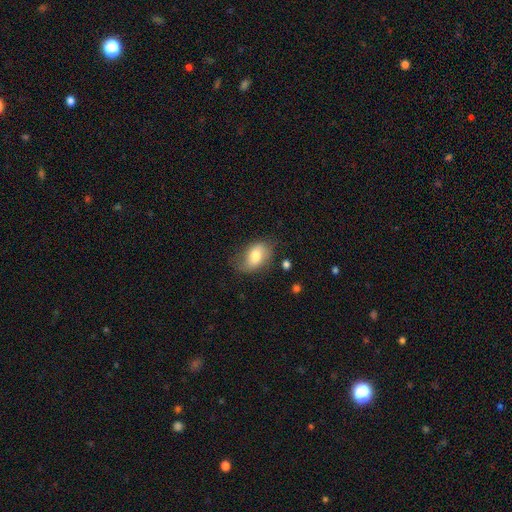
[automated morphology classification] This is likely a smooth galaxy (69%). How rounded: clearly in between (85%). Merging: possibly none (59%).